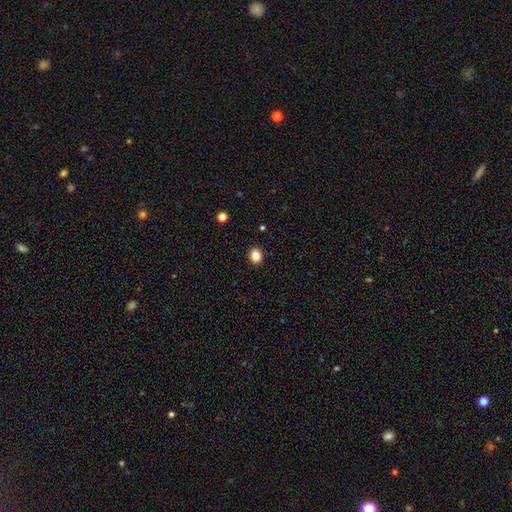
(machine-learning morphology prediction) The model was most divided on "how rounded": round: 69%, in between: 31%, cigar-shaped: 1%. More confident: merging — none (91%); smooth or featured — smooth (83%).